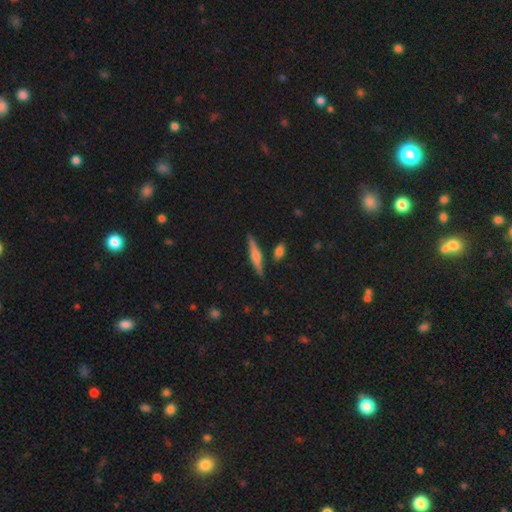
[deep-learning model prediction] A featured or disk galaxy (58%) viewed edge-on (97%) with a rounded central bulge (70%).

Vote fractions:
- Smooth or featured? featured or disk: 58% / smooth: 35% / star or artifact: 7%
- Edge-on disk? yes: 97% / no: 3%
- Edge-on bulge? rounded: 70% / boxy: 19% / none: 11%
- Merging? none: 85% / minor disturbance: 10% / merger: 4% / major disturbance: 2%